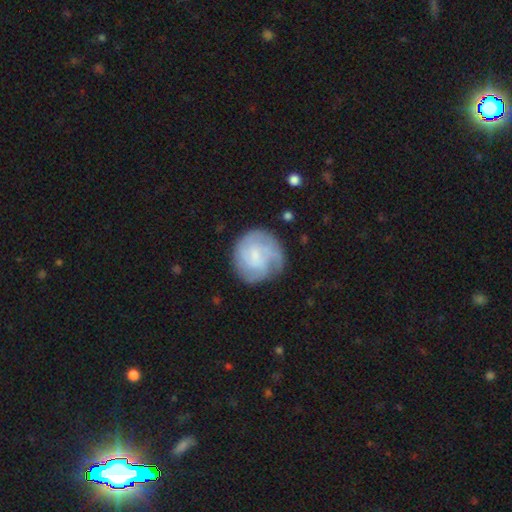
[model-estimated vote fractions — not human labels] Overall: featured or disk (57%; smooth 36%). Edge-on disk: no (98%). Bar: no (56%; weak 39%). Spiral arms: yes (83%). Bulge size: small (49%; none 24%). Merging: none (67%).